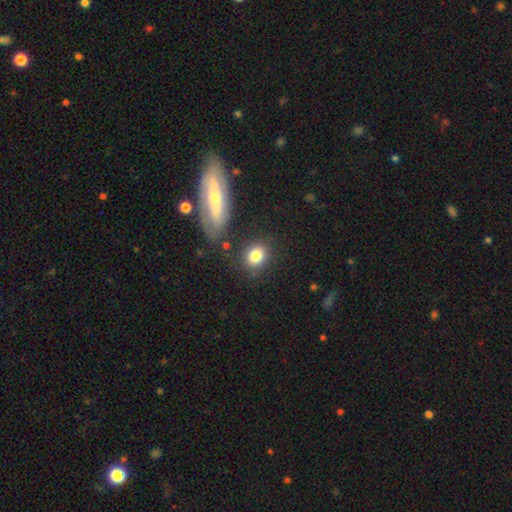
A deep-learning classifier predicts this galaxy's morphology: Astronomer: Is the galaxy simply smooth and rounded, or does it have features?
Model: smooth — 83%.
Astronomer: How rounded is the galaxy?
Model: round — 55% (runner-up: in between, 43%).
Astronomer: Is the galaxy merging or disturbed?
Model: none — 78%.